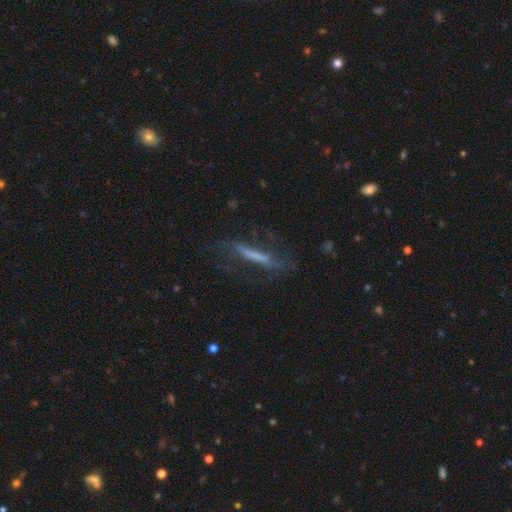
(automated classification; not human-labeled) Morphology: type=featured or disk (50%); merging=none (58%).